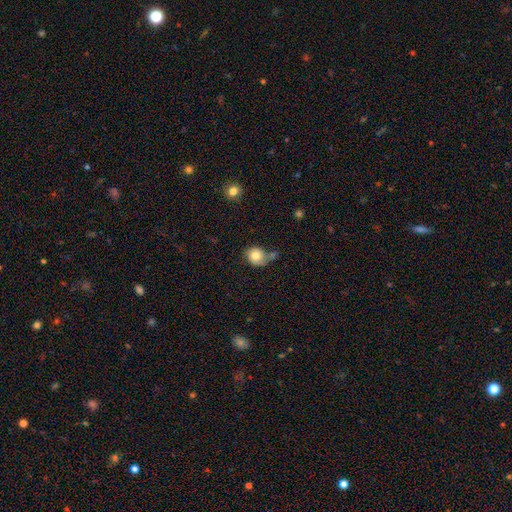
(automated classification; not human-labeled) smooth_or_featured: smooth (p=0.78) [alt: featured or disk p=0.13]
how_rounded: round (p=0.71) [alt: in between p=0.28]
merging: none (p=0.43) [alt: minor disturbance p=0.23]